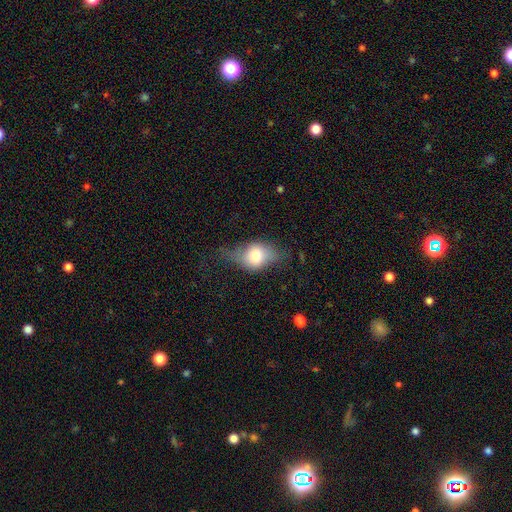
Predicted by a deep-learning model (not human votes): This appears to be a smooth galaxy with no disk features (62%) that is in between round and cigar-shaped (68%). Merging: none (41%).